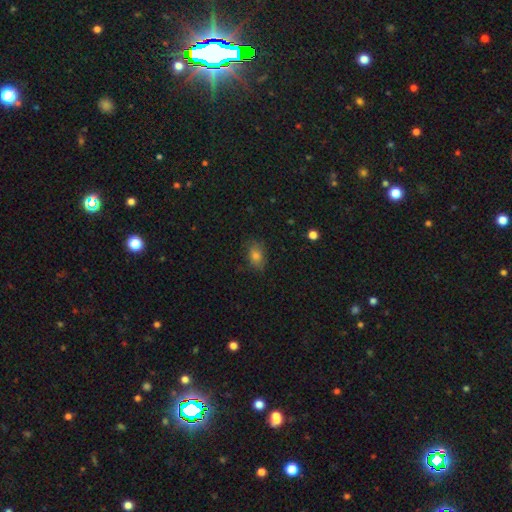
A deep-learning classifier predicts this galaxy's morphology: type=smooth (77%); roundness=in between (79%); merging=none (77%).